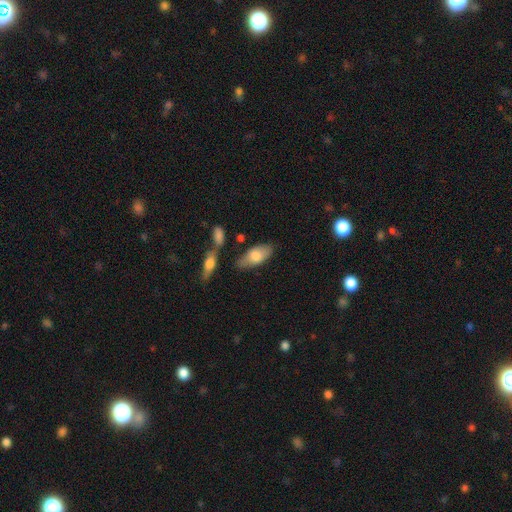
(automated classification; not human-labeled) Smooth or featured? Predicted: smooth (p=0.72). How rounded? Predicted: in between (p=0.87). Merging? Predicted: none (p=0.71).